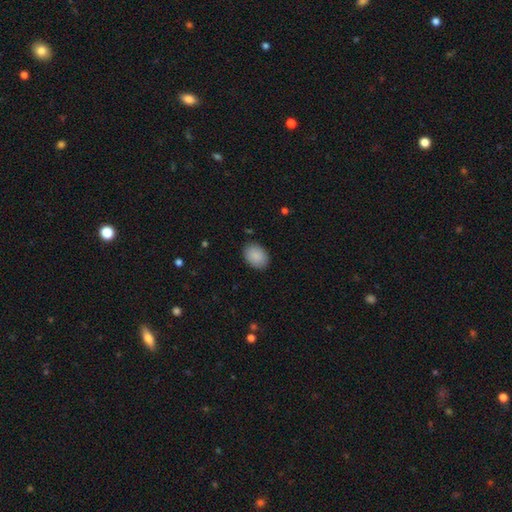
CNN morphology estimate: smooth-or-featured: smooth: 89% | star or artifact: 7% | featured or disk: 4%
  how-rounded: in between: 74% | round: 25% | cigar-shaped: 1%
  merging: none: 87% | minor disturbance: 9% | major disturbance: 2% | merger: 1%